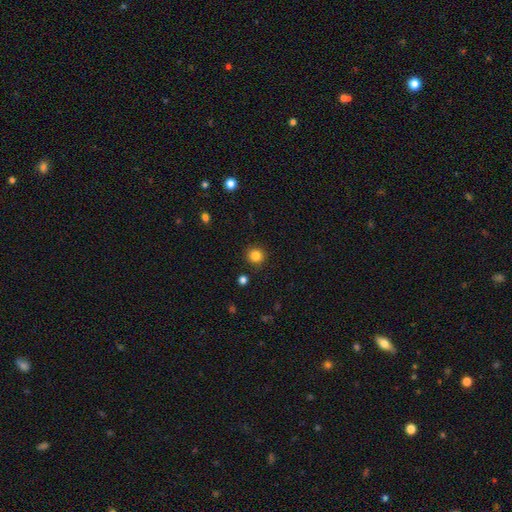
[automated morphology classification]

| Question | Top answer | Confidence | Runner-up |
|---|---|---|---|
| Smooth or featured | smooth | 84% | star or artifact (11%) |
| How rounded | round | 93% | in between (6%) |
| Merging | none | 90% | minor disturbance (6%) |